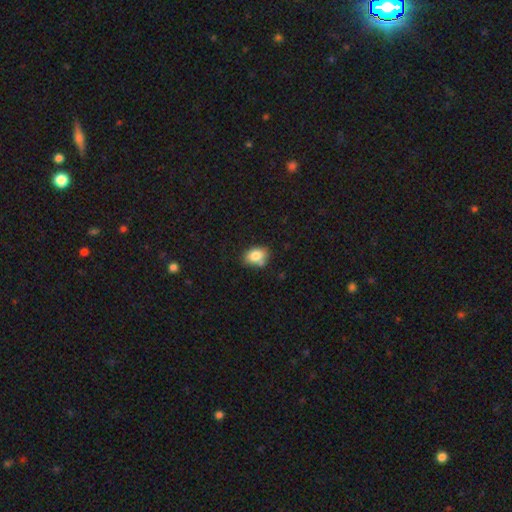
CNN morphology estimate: Q: Smooth or featured?
A: smooth (82%); runner-up: featured or disk (9%)
Q: How rounded?
A: in between (78%); runner-up: round (21%)
Q: Merging?
A: none (64%); runner-up: minor disturbance (21%)